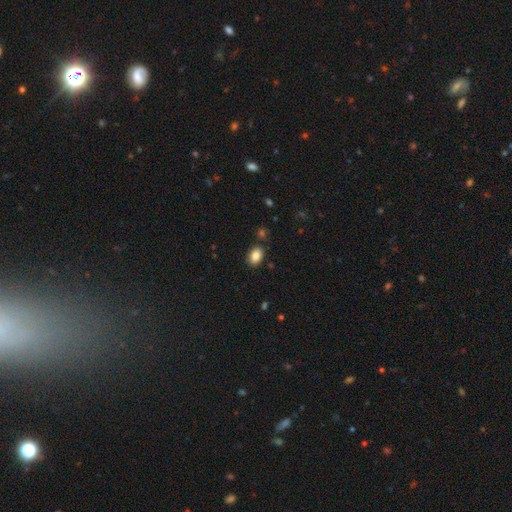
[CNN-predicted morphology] The model was most divided on "how rounded": in between: 82%, round: 17%, cigar-shaped: 1%. More confident: smooth or featured — smooth (85%); merging — none (84%).